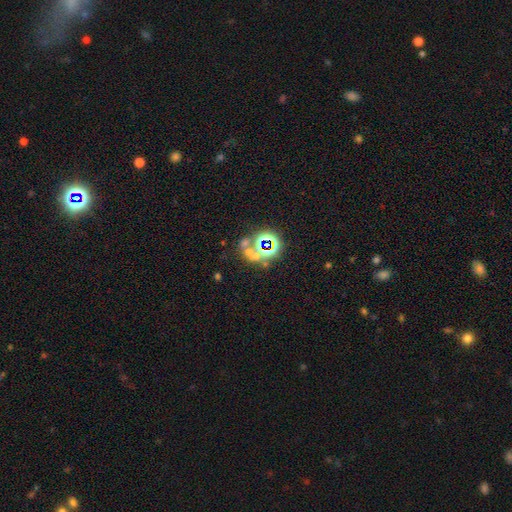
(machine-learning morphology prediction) Smooth or featured?
  - star or artifact: 47% *
  - smooth: 30%
  - featured or disk: 23%